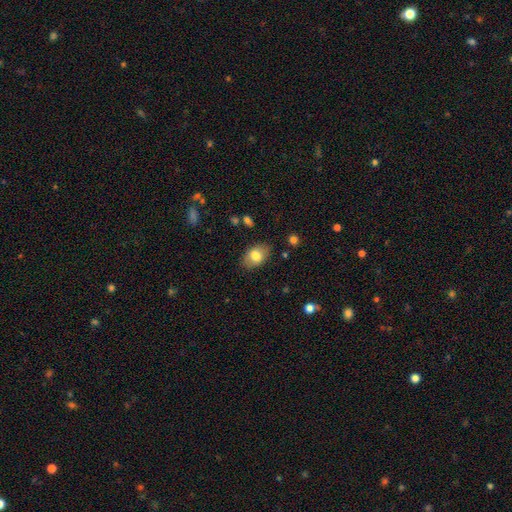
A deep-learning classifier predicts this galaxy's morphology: The model was most divided on "smooth or featured": smooth: 79%, featured or disk: 13%, star or artifact: 8%. More confident: how rounded — in between (84%); merging — none (84%).